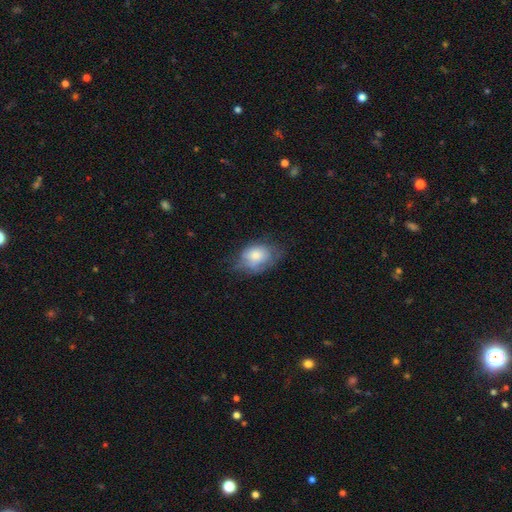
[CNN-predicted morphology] Smooth or featured? Predicted: smooth (p=0.70). How rounded? Predicted: in between (p=0.75). Merging? Predicted: none (p=0.45).